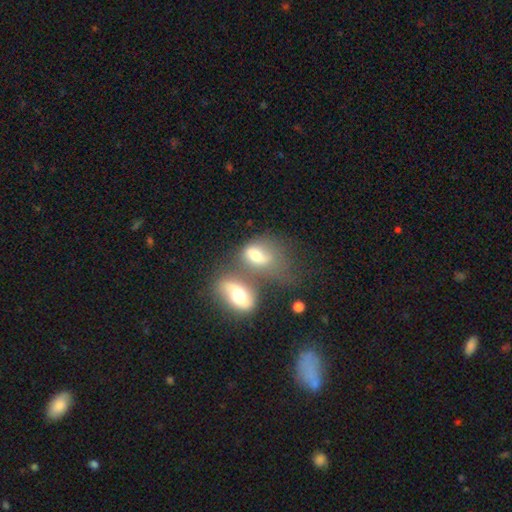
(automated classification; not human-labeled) Morphology: type=smooth (58%); roundness=in between (79%); merging=merger (50%).